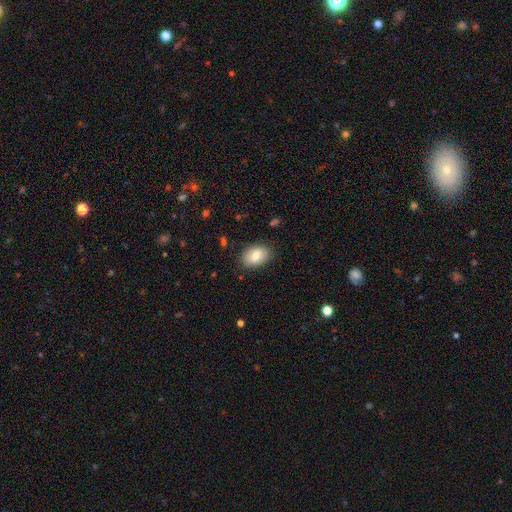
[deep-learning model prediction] The model was most divided on "smooth or featured": smooth: 79%, featured or disk: 13%, star or artifact: 8%. More confident: merging — none (84%); how rounded — in between (84%).